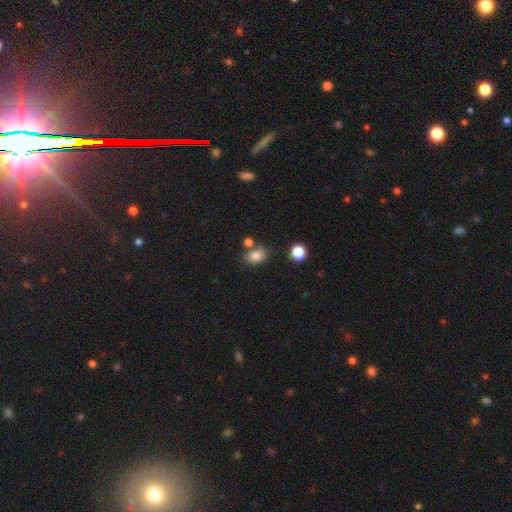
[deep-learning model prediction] A smooth galaxy with no disk features (82%) that is in between round and cigar-shaped (71%).

Vote fractions:
- Smooth or featured? smooth: 82% / star or artifact: 11% / featured or disk: 7%
- How rounded? in between: 71% / round: 27% / cigar-shaped: 1%
- Merging? none: 65% / merger: 15% / minor disturbance: 15% / major disturbance: 5%